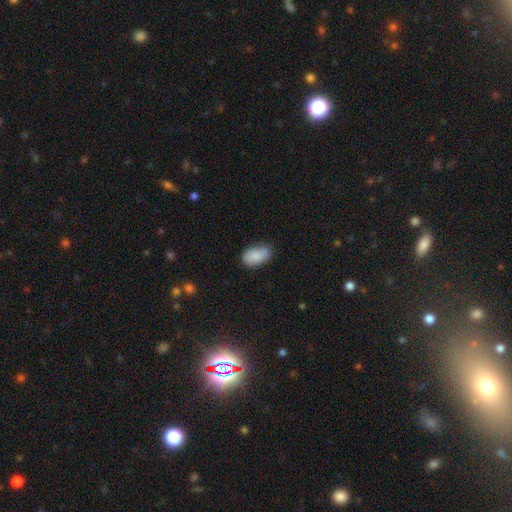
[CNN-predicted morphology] type=smooth (85%); roundness=in between (93%); merging=none (72%).